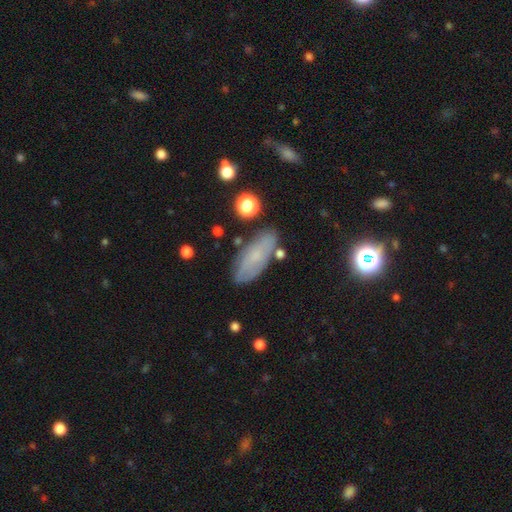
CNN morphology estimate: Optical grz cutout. It shows a smooth galaxy with no disk features (57%) that is in between round and cigar-shaped (77%). Merging: none (77%).